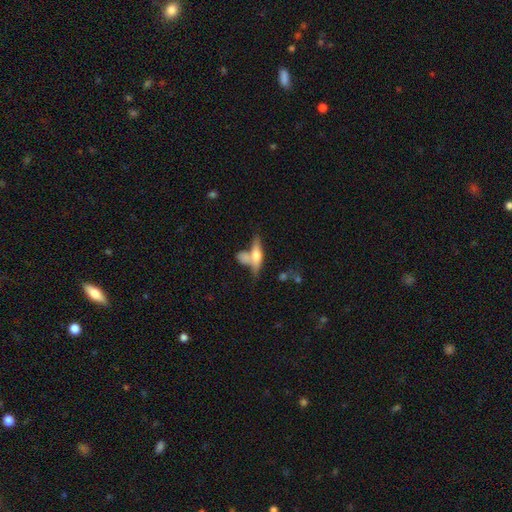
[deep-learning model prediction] Smooth or featured? featured or disk (49%)
Merging? none (43%)